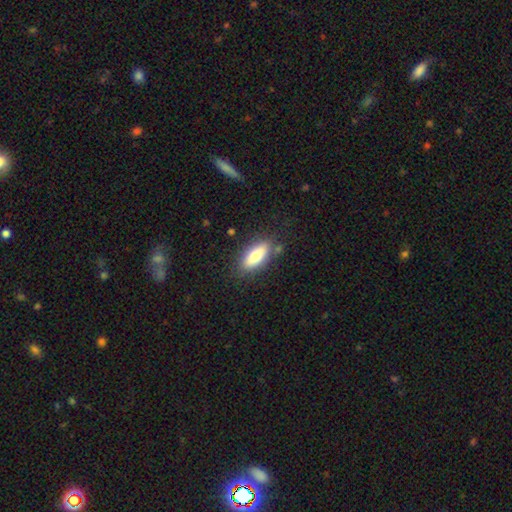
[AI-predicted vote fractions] smooth_or_featured: smooth (p=0.71) [alt: featured or disk p=0.23]
how_rounded: in between (p=0.76) [alt: cigar-shaped p=0.22]
merging: none (p=0.80) [alt: minor disturbance p=0.13]